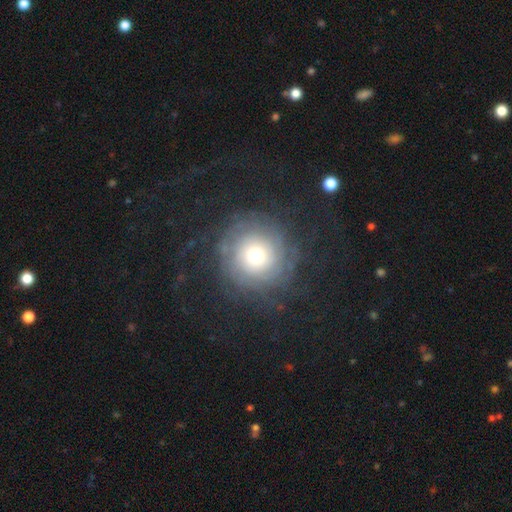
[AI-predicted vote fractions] featured or disk 61%, smooth 28%, star or artifact 11%. Down the decision tree: edge-on disk — no (97%); bar — no (85%); spiral arms — yes (83%); bulge size — moderate (57%); merging — none (74%).